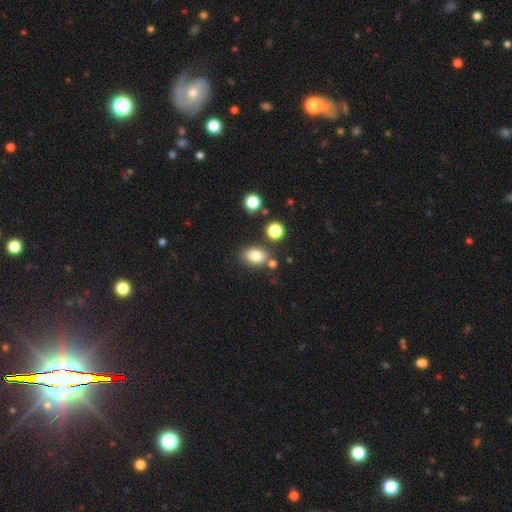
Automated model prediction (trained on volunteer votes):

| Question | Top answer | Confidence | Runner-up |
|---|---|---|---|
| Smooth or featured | smooth | 81% | star or artifact (11%) |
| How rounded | in between | 75% | round (24%) |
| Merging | none | 74% | minor disturbance (12%) |